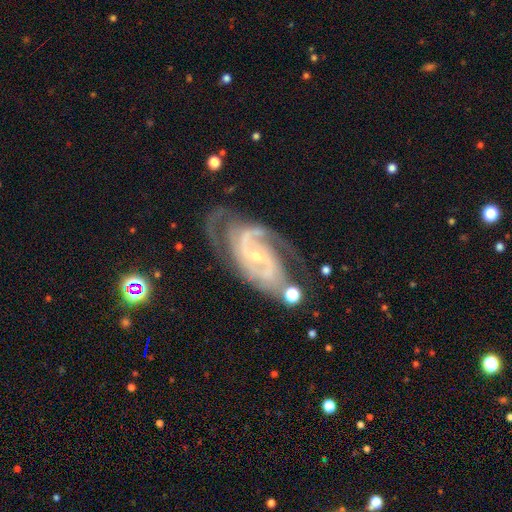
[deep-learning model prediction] smooth-or-featured: featured or disk: 90% | star or artifact: 6% | smooth: 4%
  disk-edge-on: no: 96% | yes: 4%
    bar: no: 47% | weak: 36% | strong: 16%
    has-spiral-arms: yes: 98% | no: 2%
      spiral-winding: tight: 49% | medium: 43% | loose: 9%
      spiral-arm-count: 2: 48% | 3: 23% | can't tell: 13% | 4: 8% | more than 4: 5% | 1: 4%
    bulge-size: small: 79% | moderate: 16% | none: 3% | large: 1% | dominant: 1%
  merging: none: 63% | minor disturbance: 21% | major disturbance: 12% | merger: 5%